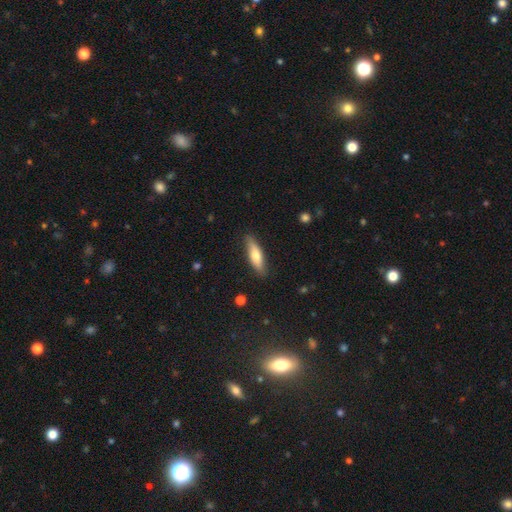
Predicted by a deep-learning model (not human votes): Q: Smooth or featured?
A: smooth (66%); runner-up: featured or disk (28%)
Q: How rounded?
A: cigar-shaped (59%); runner-up: in between (39%)
Q: Merging?
A: none (84%); runner-up: minor disturbance (12%)